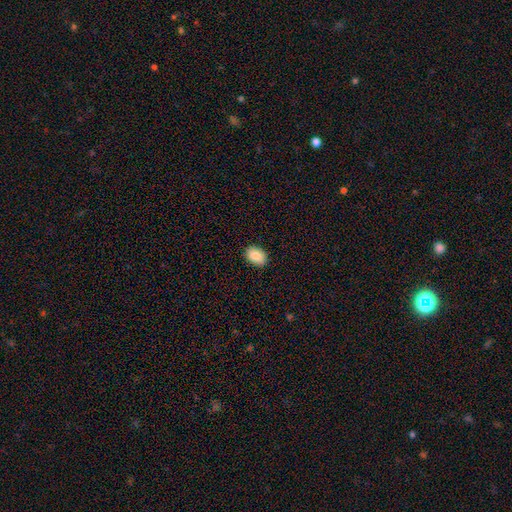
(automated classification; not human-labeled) Q: Smooth or featured?
A: smooth (88%); runner-up: star or artifact (7%)
Q: How rounded?
A: in between (80%); runner-up: round (19%)
Q: Merging?
A: none (87%); runner-up: minor disturbance (10%)